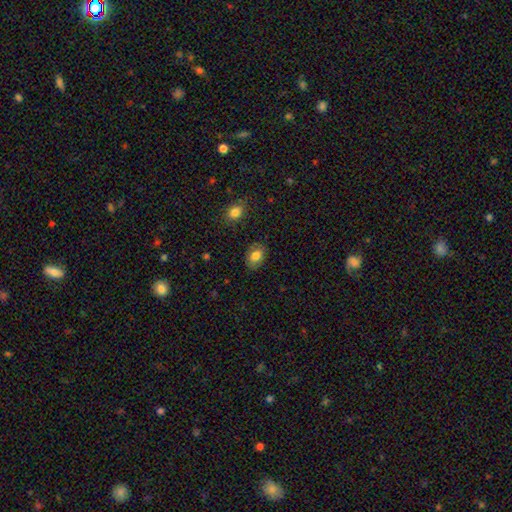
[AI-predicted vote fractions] Q: Smooth or featured?
A: smooth (76%); runner-up: featured or disk (15%)
Q: How rounded?
A: in between (80%); runner-up: round (19%)
Q: Merging?
A: none (83%); runner-up: minor disturbance (12%)